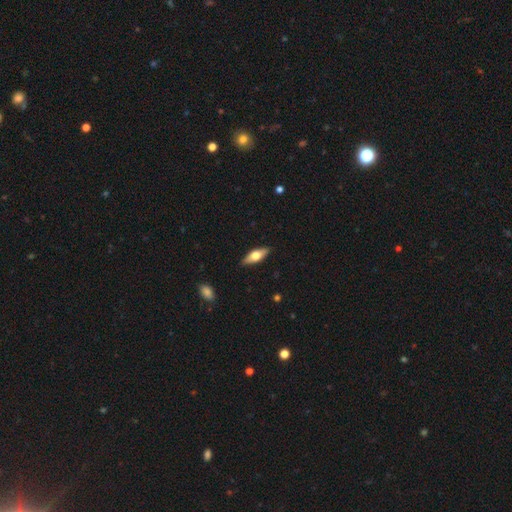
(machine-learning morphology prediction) Smooth or featured? Predicted: smooth (p=0.52). How rounded? Predicted: in between (p=0.63). Merging? Predicted: none (p=0.88).